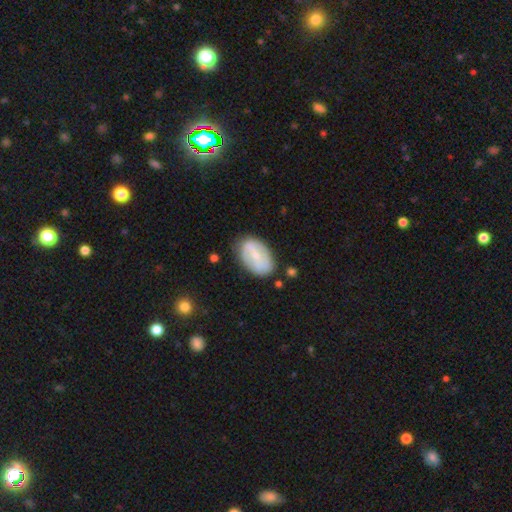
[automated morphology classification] smooth_or_featured: featured or disk (p=0.48) [alt: smooth p=0.45]
merging: none (p=0.74) [alt: minor disturbance p=0.18]